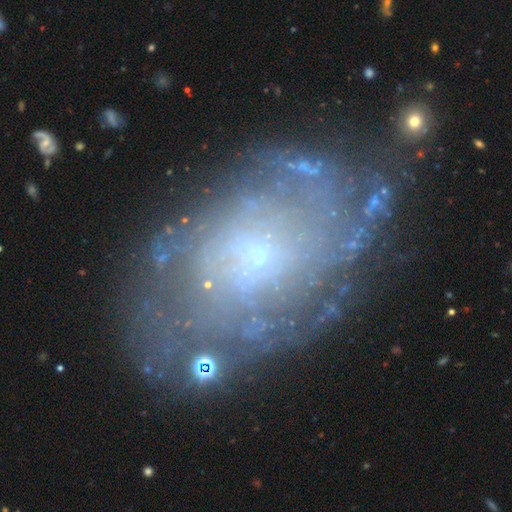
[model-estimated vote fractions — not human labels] Overall: featured or disk (72%). Edge-on disk: no (95%). Bar: no (75%). Spiral arms: yes (75%). Spiral arm count: can't tell (59%). Spiral winding: tight (62%; medium 25%). Bulge size: small (75%). Merging: none (69%).